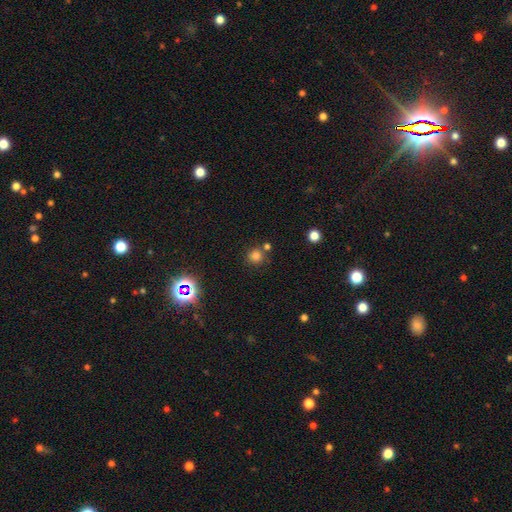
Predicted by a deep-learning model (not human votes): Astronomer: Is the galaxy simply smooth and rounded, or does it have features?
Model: smooth — 76%.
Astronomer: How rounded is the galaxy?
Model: round — 91%.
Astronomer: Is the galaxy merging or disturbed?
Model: none — 72%.